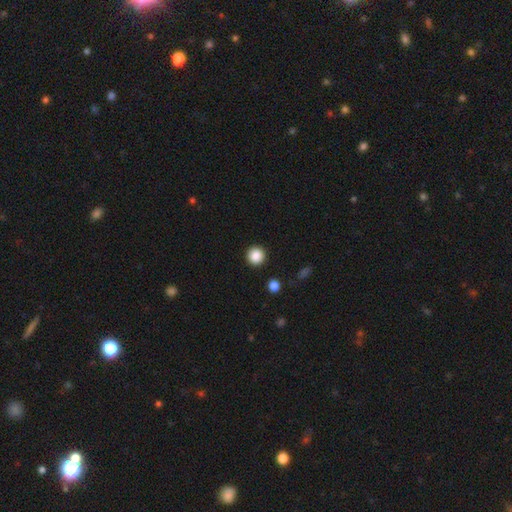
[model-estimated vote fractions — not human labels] Smooth or featured: smooth — 87% (star or artifact — 9%)
How rounded: round — 95% (in between — 4%)
Merging: none — 93% (minor disturbance — 4%)